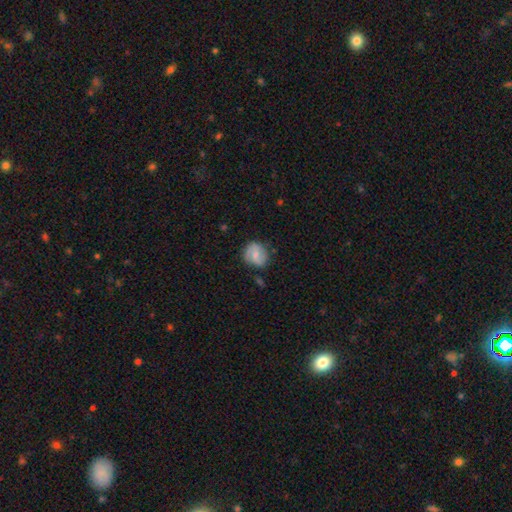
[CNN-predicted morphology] A featured or disk galaxy (48%). Merging: none (72%).